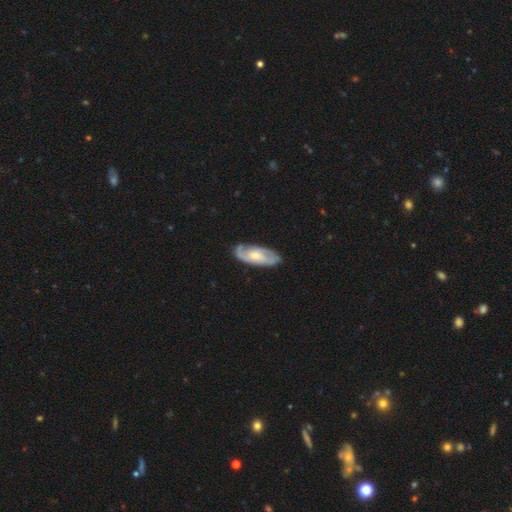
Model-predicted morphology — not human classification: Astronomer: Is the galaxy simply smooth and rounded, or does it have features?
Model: featured or disk — 74%.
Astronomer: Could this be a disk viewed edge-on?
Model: no — 90%.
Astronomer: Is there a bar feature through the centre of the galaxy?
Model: no — 50% (runner-up: weak, 40%).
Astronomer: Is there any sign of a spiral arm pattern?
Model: yes — 92%.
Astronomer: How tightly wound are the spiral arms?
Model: medium — 44% (runner-up: tight, 40%).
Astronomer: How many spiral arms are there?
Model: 2 — 68%.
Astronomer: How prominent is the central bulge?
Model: moderate — 48% (runner-up: small, 41%).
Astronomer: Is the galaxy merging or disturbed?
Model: none — 77%.